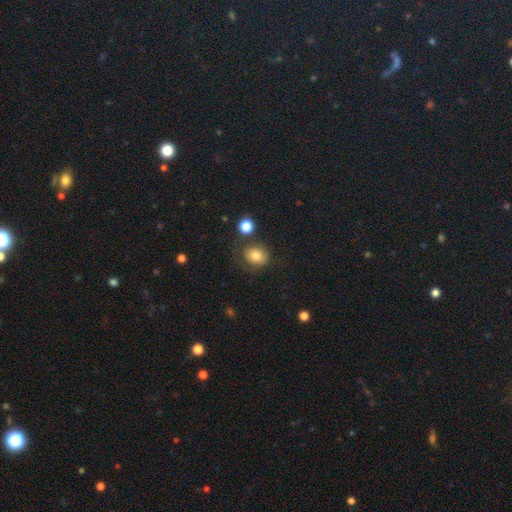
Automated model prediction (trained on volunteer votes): smooth 80%, star or artifact 11%, featured or disk 9%. Down the decision tree: how rounded — round (62%); merging — none (71%).